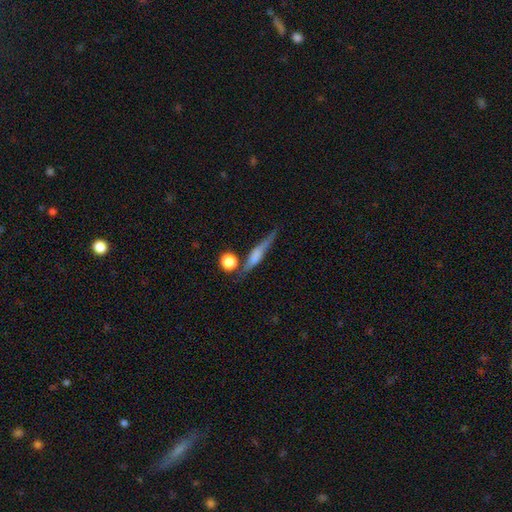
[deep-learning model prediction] smooth_or_featured: featured or disk (p=0.47) [alt: smooth p=0.44]
merging: none (p=0.61) [alt: minor disturbance p=0.19]